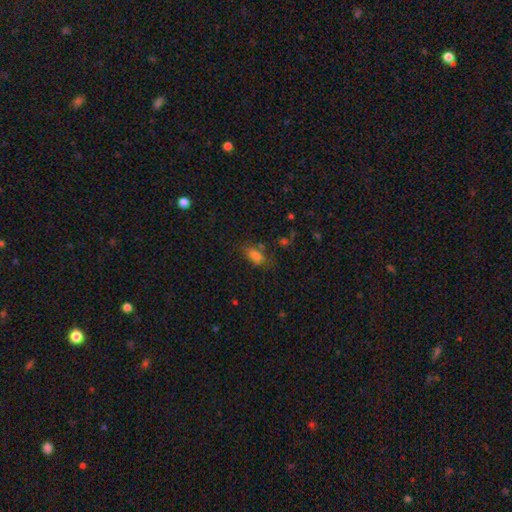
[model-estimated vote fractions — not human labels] smooth 74%, star or artifact 14%, featured or disk 12%. Down the decision tree: how rounded — in between (83%); merging — none (61%).